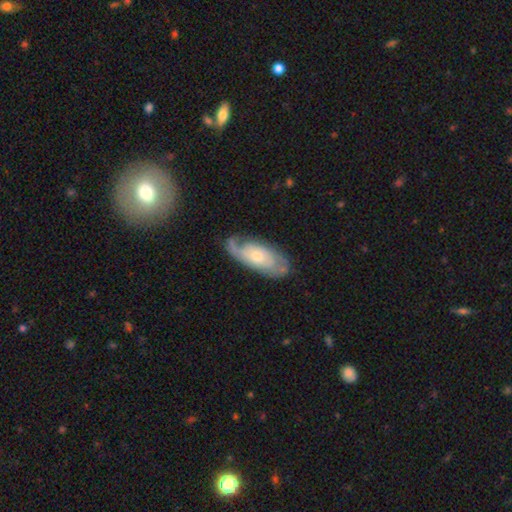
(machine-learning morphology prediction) Smooth or featured: featured or disk — 71% (smooth — 24%)
Edge-on disk: no — 89% (yes — 11%)
Bar: no — 75% (weak — 21%)
Spiral arms: yes — 85% (no — 15%)
Spiral winding: tight — 48% (medium — 36%)
Spiral arm count: 2 — 47% (can't tell — 28%)
Bulge size: moderate — 50% (small — 43%)
Merging: none — 65% (minor disturbance — 23%)